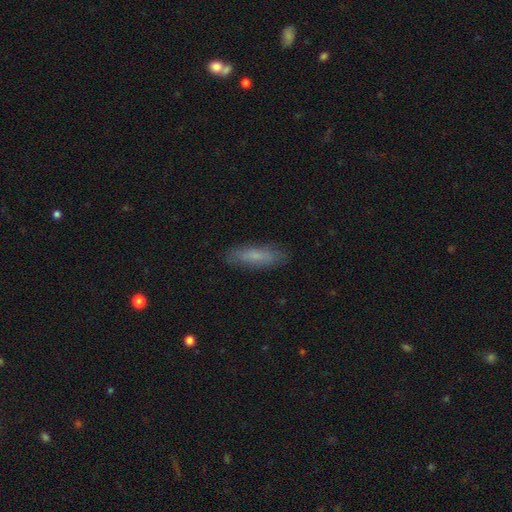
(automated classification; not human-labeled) Smooth or featured? smooth (71%)
How rounded? cigar-shaped (60%)
Merging? none (85%)